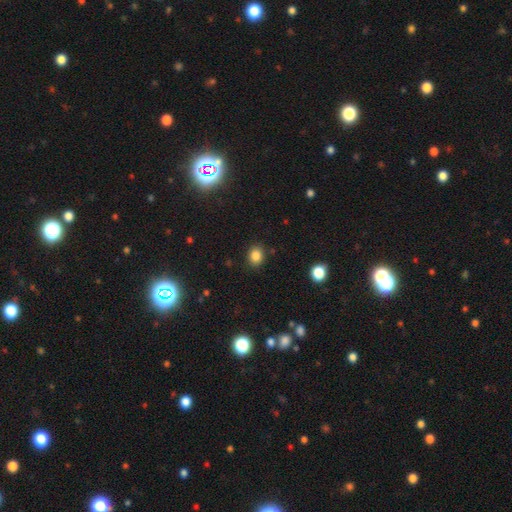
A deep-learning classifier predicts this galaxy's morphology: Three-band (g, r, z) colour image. It shows a smooth galaxy with no disk features (84%) that is round (57%). Merging: none (88%).